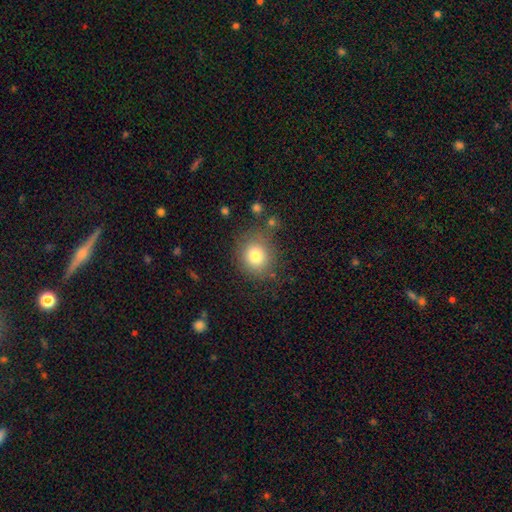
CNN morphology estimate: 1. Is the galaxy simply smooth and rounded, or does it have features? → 79% smooth, 11% star or artifact, 10% featured or disk.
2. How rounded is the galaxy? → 81% round, 18% in between, 1% cigar-shaped.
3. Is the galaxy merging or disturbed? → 76% none, 14% minor disturbance, 6% major disturbance, 4% merger.